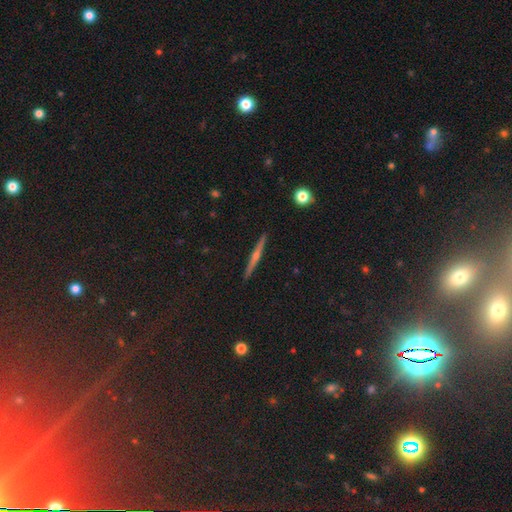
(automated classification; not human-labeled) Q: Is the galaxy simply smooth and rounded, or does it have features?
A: featured or disk — 71%.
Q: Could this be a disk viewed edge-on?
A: yes — 98%.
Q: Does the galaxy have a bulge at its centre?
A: rounded — 79%.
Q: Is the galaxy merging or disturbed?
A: none — 93%.